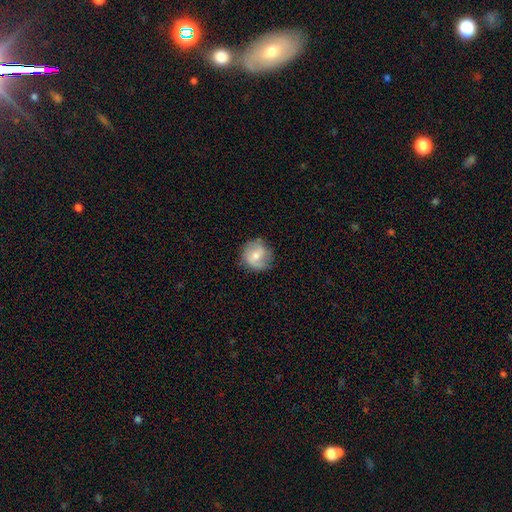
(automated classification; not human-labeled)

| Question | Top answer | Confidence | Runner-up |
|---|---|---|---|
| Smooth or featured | smooth | 57% | featured or disk (35%) |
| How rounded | round | 88% | in between (11%) |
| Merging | none | 76% | minor disturbance (18%) |